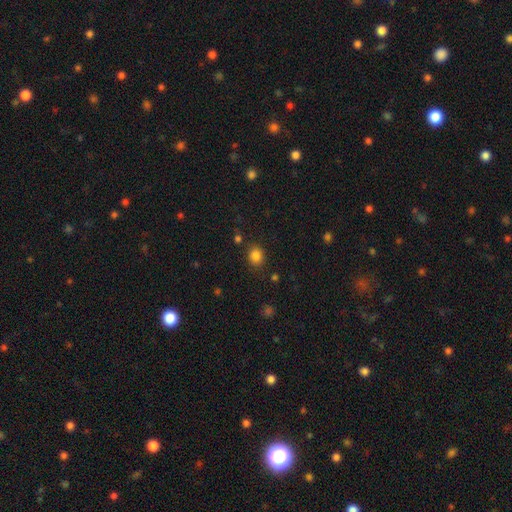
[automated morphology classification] This appears to be a smooth galaxy with no disk features (84%) that is round (66%). Merging: none (83%).